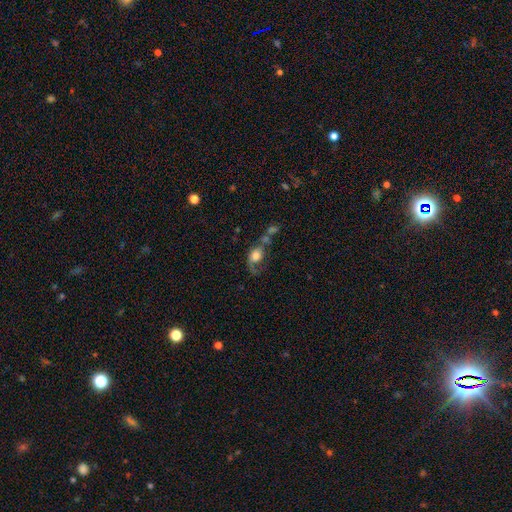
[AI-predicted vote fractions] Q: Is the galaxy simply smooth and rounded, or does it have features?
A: smooth — 50%.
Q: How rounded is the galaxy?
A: in between — 54%.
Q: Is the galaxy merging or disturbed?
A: major disturbance — 34%.